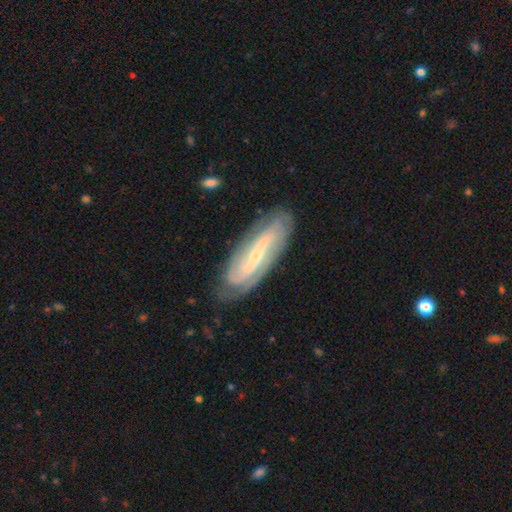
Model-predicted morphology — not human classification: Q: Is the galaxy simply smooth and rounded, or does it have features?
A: featured or disk — 81%.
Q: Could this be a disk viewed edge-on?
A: no — 85%.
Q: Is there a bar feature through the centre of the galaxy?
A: strong — 47%.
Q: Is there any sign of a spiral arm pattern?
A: yes — 92%.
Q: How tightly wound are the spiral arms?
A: tight — 52%.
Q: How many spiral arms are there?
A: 2 — 50%.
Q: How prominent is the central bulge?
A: small — 73%.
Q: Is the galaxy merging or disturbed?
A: none — 78%.